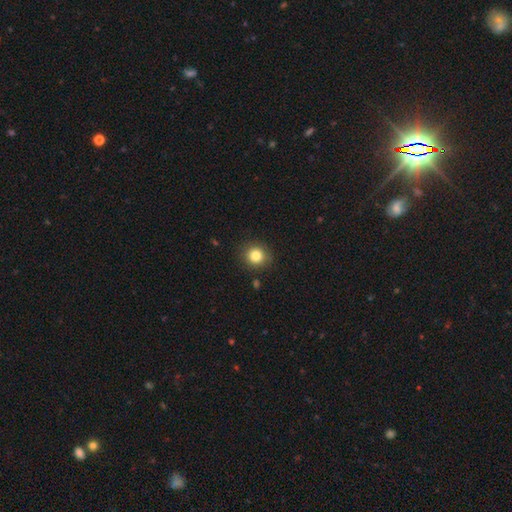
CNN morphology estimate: Overall: smooth (83%). How rounded: round (90%). Merging: none (88%).